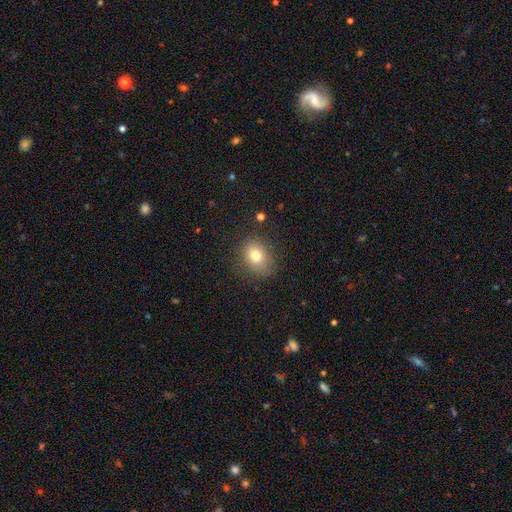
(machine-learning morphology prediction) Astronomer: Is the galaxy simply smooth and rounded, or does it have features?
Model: smooth — 77%.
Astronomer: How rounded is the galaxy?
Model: in between — 50% (runner-up: round, 49%).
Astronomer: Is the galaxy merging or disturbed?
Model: none — 81%.